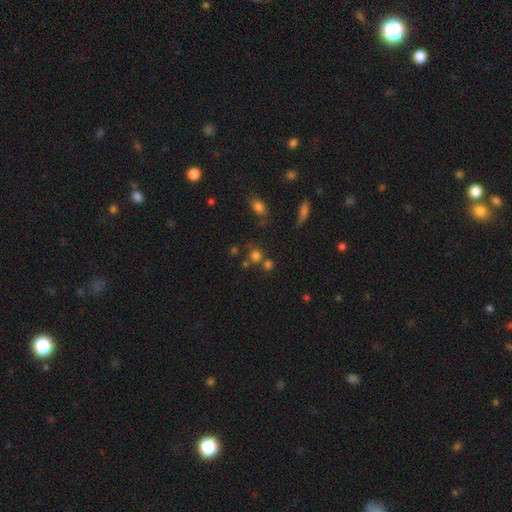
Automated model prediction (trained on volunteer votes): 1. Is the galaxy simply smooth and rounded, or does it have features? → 69% smooth, 22% star or artifact, 9% featured or disk.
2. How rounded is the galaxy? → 87% round, 12% in between, 1% cigar-shaped.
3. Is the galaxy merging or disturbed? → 61% none, 26% merger, 9% minor disturbance, 4% major disturbance.